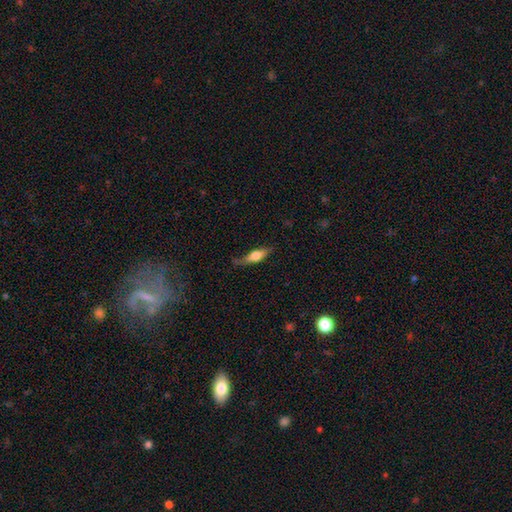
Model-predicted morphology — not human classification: This appears to be a smooth galaxy with no disk features (52%) that is cigar-shaped (59%). Merging: none (66%).